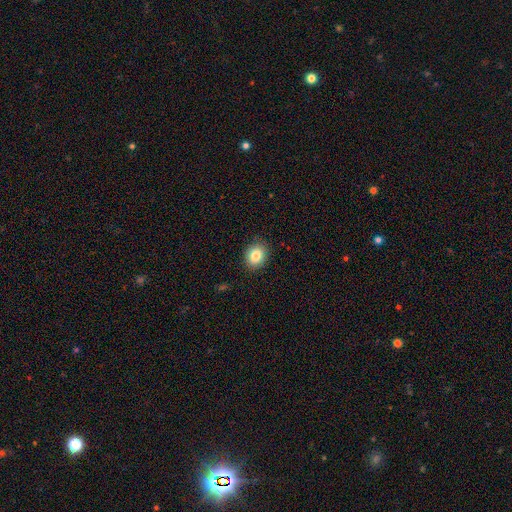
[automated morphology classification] This is clearly a smooth galaxy (85%). How rounded: possibly round (56%). Merging: clearly none (89%).